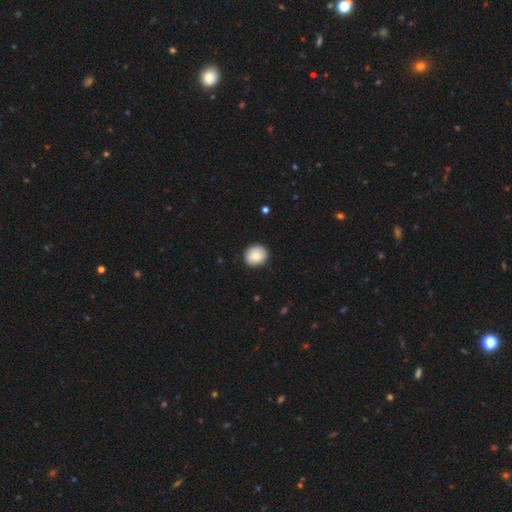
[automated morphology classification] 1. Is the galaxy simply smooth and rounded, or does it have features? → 78% smooth, 14% featured or disk, 7% star or artifact.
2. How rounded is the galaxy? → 80% round, 19% in between, 1% cigar-shaped.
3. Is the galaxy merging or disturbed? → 87% none, 10% minor disturbance, 2% major disturbance, 1% merger.